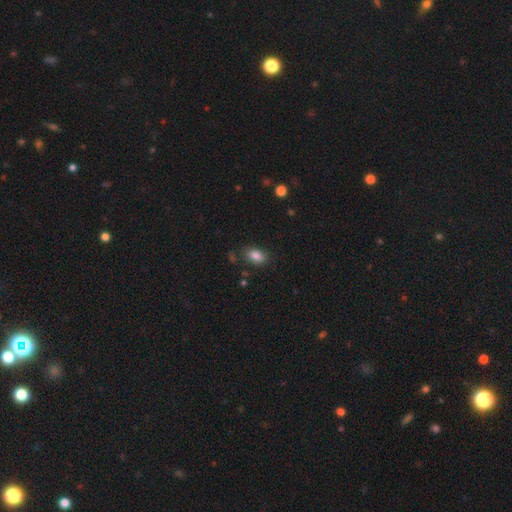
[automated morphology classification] This is clearly a smooth galaxy (86%). How rounded: clearly in between (87%). Merging: clearly none (82%).